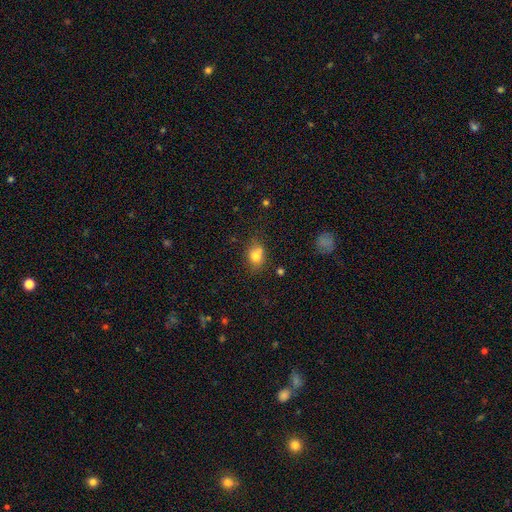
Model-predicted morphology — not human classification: smooth-or-featured: smooth: 76% | featured or disk: 12% | star or artifact: 11%
  how-rounded: in between: 58% | round: 41% | cigar-shaped: 2%
  merging: none: 56% | minor disturbance: 20% | merger: 18% | major disturbance: 6%